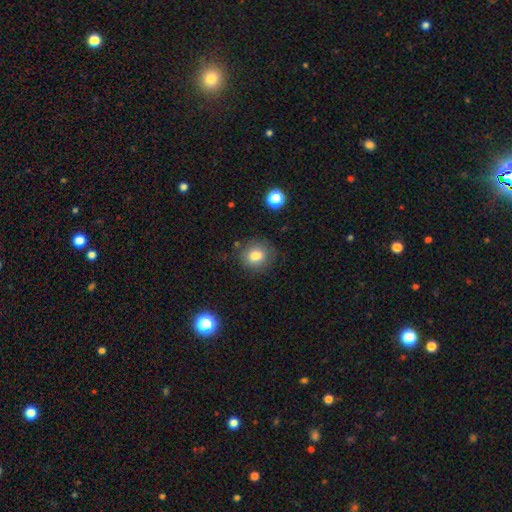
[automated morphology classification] smooth_or_featured: smooth (p=0.79) [alt: featured or disk p=0.11]
how_rounded: round (p=0.77) [alt: in between p=0.23]
merging: none (p=0.79) [alt: minor disturbance p=0.14]